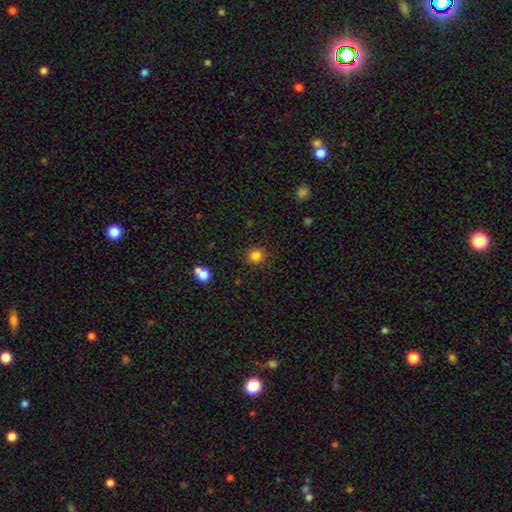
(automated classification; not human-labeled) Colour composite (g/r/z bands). It shows a smooth galaxy with no disk features (83%) that is round (86%). Merging: none (87%).